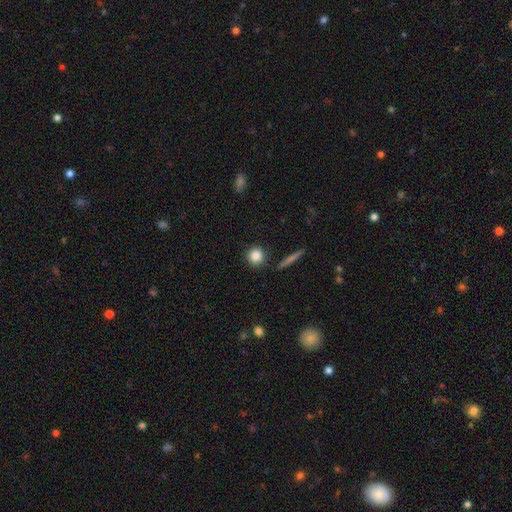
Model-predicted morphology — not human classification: Smooth or featured? smooth (84%)
How rounded? round (92%)
Merging? none (87%)